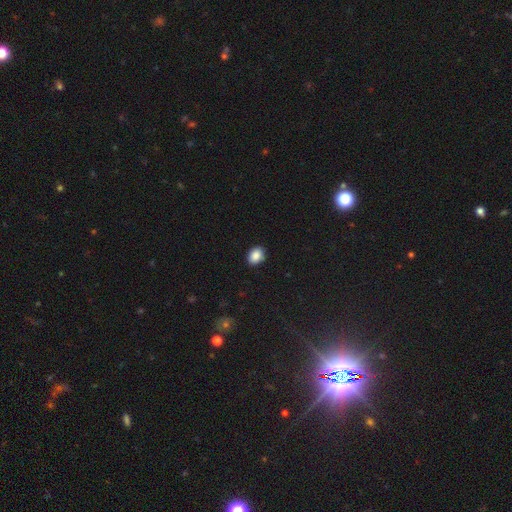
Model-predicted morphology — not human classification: Smooth or featured? smooth (89%)
How rounded? in between (66%)
Merging? none (88%)